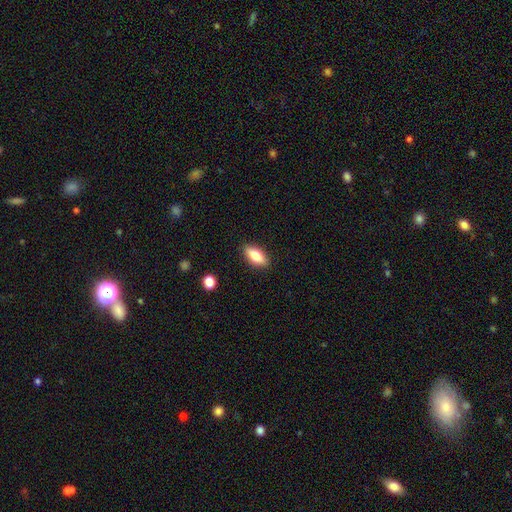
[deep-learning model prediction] Overall: smooth (76%). How rounded: in between (79%). Merging: none (88%).